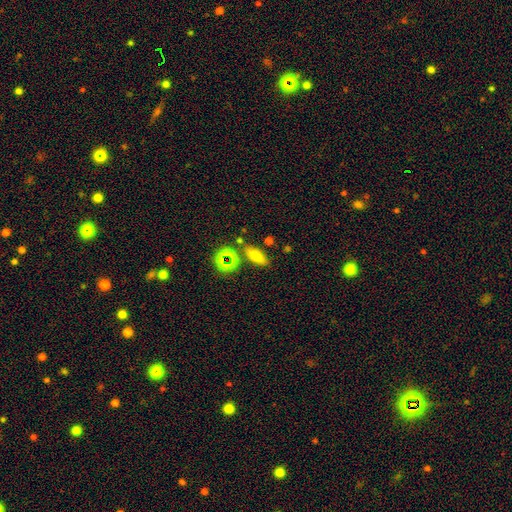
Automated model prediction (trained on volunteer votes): A smooth galaxy with no disk features (64%) that is in between round and cigar-shaped (74%).

Vote fractions:
- Smooth or featured? smooth: 64% / featured or disk: 21% / star or artifact: 16%
- How rounded? in between: 74% / cigar-shaped: 17% / round: 10%
- Merging? none: 74% / minor disturbance: 12% / merger: 10% / major disturbance: 4%